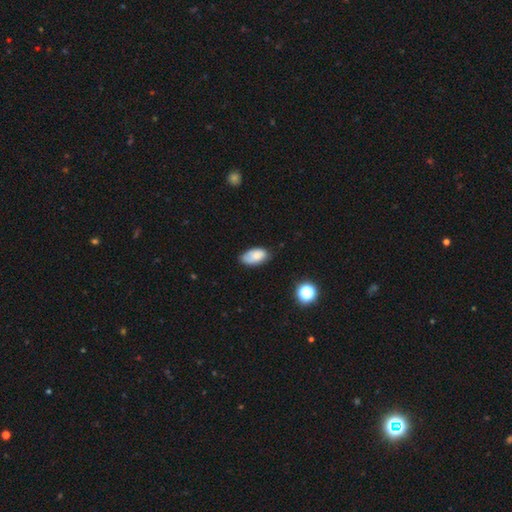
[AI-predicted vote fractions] A smooth galaxy with no disk features (77%) that is in between round and cigar-shaped (94%).

Vote fractions:
- Smooth or featured? smooth: 77% / featured or disk: 15% / star or artifact: 9%
- How rounded? in between: 94% / round: 4% / cigar-shaped: 2%
- Merging? none: 64% / minor disturbance: 28% / major disturbance: 6% / merger: 2%